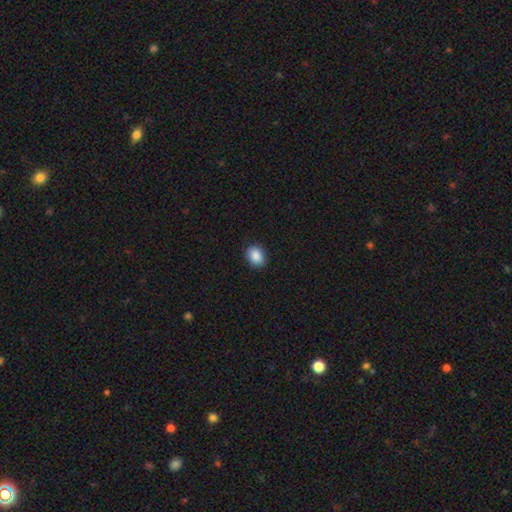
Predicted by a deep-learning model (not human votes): smooth_or_featured: smooth (p=0.88) [alt: star or artifact p=0.08]
how_rounded: in between (p=0.57) [alt: round p=0.42]
merging: none (p=0.89) [alt: minor disturbance p=0.08]